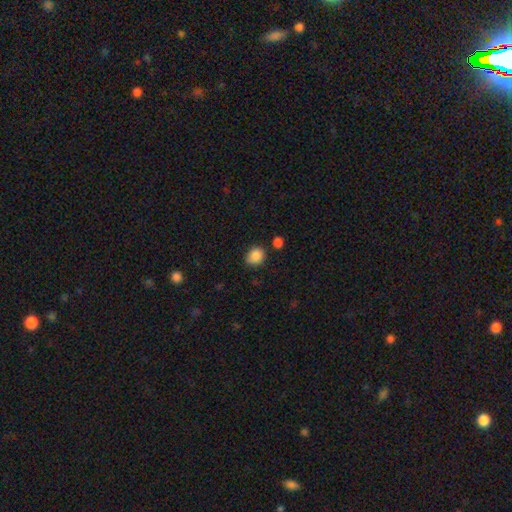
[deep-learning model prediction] Q: Smooth or featured?
A: smooth (87%); runner-up: star or artifact (9%)
Q: How rounded?
A: round (66%); runner-up: in between (33%)
Q: Merging?
A: none (75%); runner-up: minor disturbance (17%)